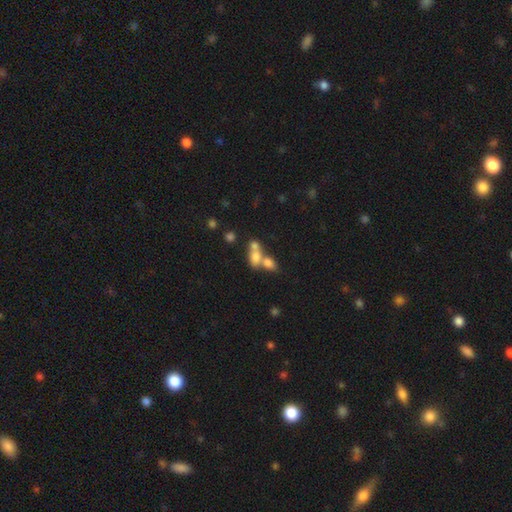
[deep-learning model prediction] Q: Smooth or featured?
A: smooth (67%); runner-up: featured or disk (20%)
Q: How rounded?
A: in between (73%); runner-up: round (21%)
Q: Merging?
A: merger (64%); runner-up: none (22%)